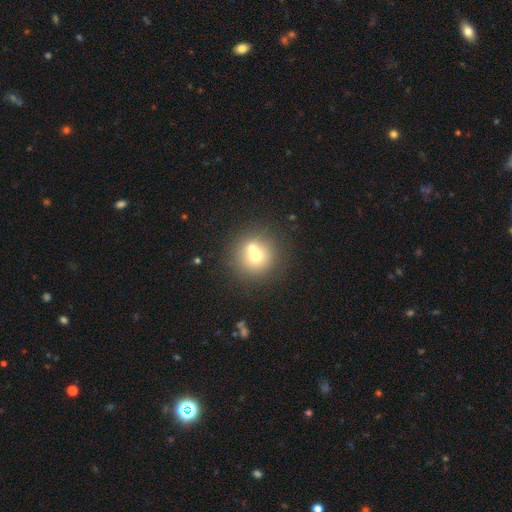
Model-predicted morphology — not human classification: A smooth galaxy with no disk features (65%) that is round (92%). Merging: none (52%).